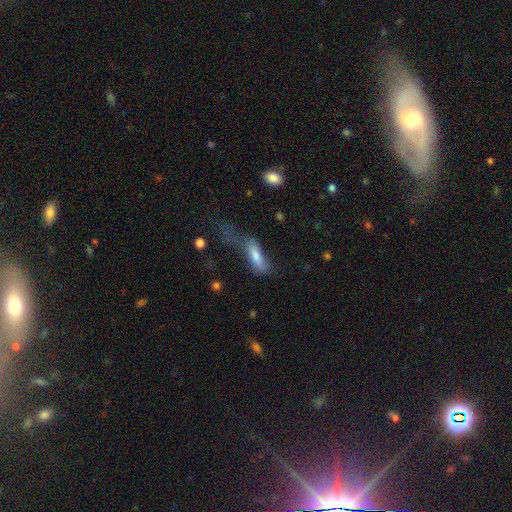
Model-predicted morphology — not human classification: This appears to be a smooth galaxy with no disk features (68%) that is cigar-shaped (50%). Merging: major disturbance (46%).